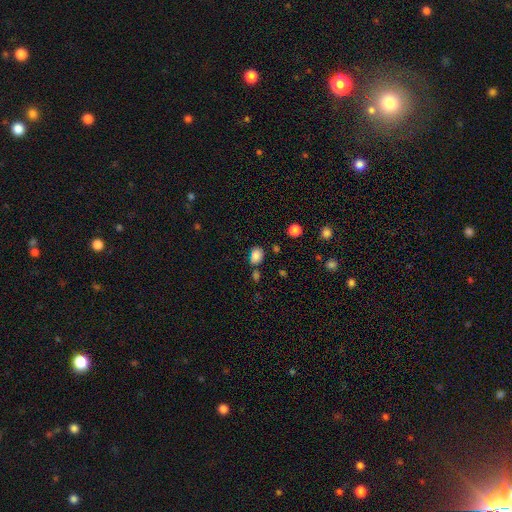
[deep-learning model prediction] smooth 83%, star or artifact 12%, featured or disk 6%. Down the decision tree: how rounded — in between (69%); merging — none (66%).